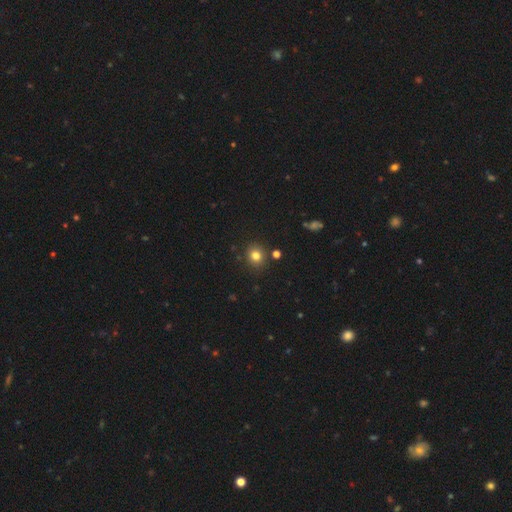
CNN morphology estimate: This is likely a smooth galaxy (79%). How rounded: clearly round (84%). Merging: clearly none (85%).